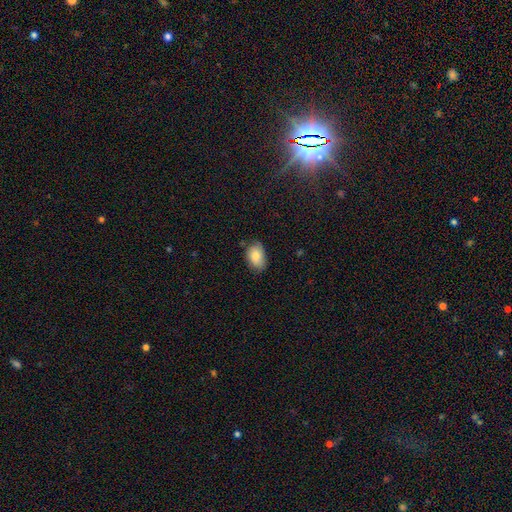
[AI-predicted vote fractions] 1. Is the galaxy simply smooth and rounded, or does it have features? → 81% smooth, 11% featured or disk, 8% star or artifact.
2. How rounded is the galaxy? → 86% in between, 12% round, 1% cigar-shaped.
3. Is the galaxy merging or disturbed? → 70% none, 25% minor disturbance, 4% major disturbance, 2% merger.